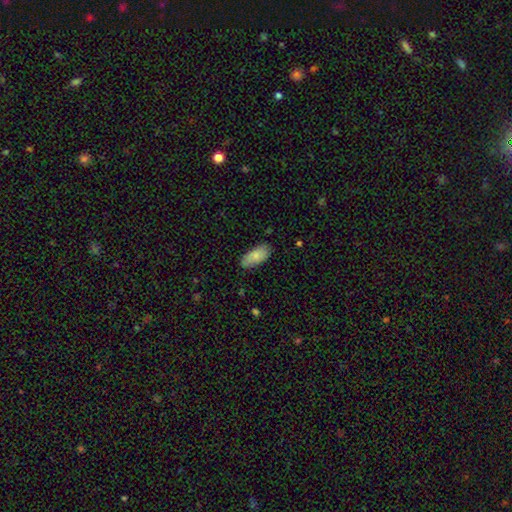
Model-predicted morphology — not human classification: The model was most divided on "merging": none: 79%, minor disturbance: 17%, major disturbance: 3%, merger: 1%. More confident: how rounded — in between (89%); smooth or featured — smooth (82%).